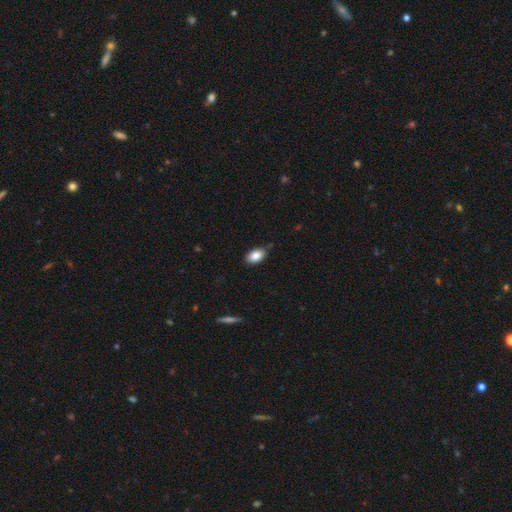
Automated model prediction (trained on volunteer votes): A smooth galaxy with no disk features (86%) that is in between round and cigar-shaped (91%). Merging: none (80%).